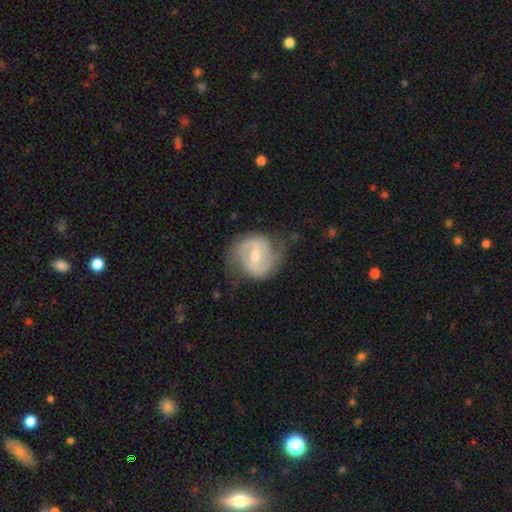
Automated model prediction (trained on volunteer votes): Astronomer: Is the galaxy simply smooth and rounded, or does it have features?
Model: featured or disk — 81%.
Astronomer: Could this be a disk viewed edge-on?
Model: no — 97%.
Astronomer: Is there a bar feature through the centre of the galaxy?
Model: weak — 50% (runner-up: strong, 31%).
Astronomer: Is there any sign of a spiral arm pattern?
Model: yes — 91%.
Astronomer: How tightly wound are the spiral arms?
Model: medium — 47% (runner-up: tight, 31%).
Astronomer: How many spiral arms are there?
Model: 2 — 83%.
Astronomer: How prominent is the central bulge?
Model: moderate — 54% (runner-up: small, 42%).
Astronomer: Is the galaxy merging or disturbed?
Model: none — 67%.